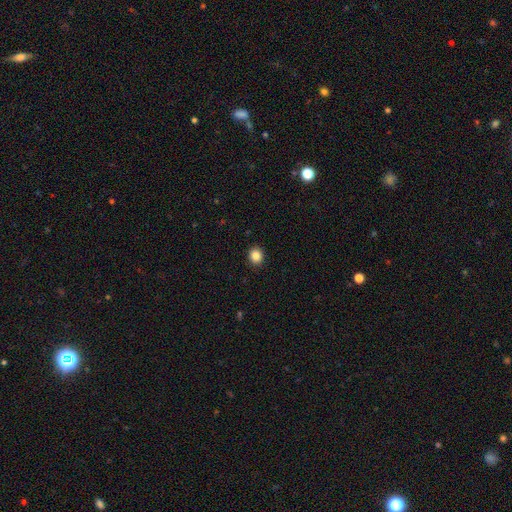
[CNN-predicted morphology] The model was most divided on "how rounded": round: 70%, in between: 29%, cigar-shaped: 1%. More confident: merging — none (91%); smooth or featured — smooth (86%).